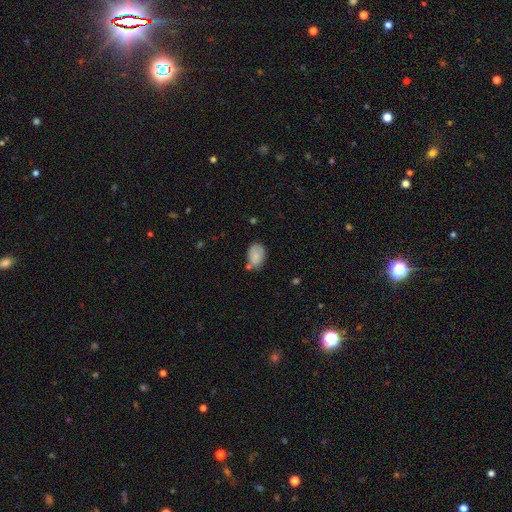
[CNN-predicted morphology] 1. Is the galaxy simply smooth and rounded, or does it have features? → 82% smooth, 11% featured or disk, 7% star or artifact.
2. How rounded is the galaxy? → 86% in between, 12% round, 1% cigar-shaped.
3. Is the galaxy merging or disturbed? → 61% none, 23% minor disturbance, 10% merger, 5% major disturbance.